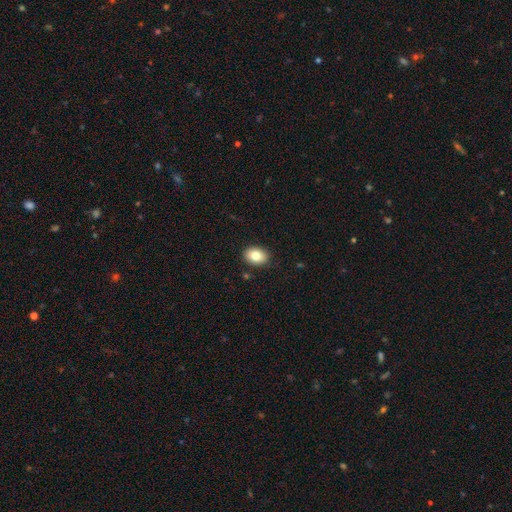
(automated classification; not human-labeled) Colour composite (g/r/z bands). It shows a smooth galaxy with no disk features (83%) that is in between round and cigar-shaped (74%). Merging: none (89%).